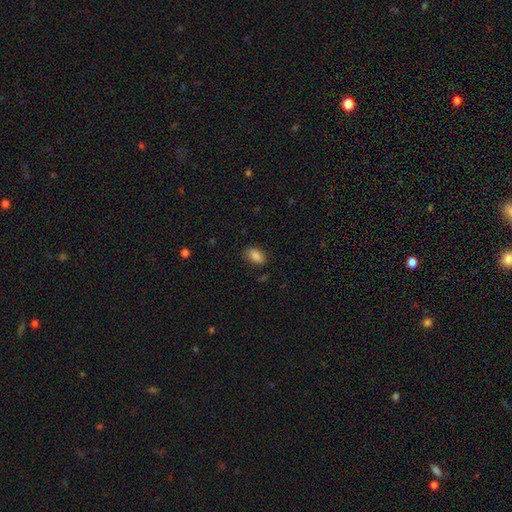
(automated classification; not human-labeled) This appears to be a smooth galaxy with no disk features (86%) that is in between round and cigar-shaped (91%). Merging: none (81%).